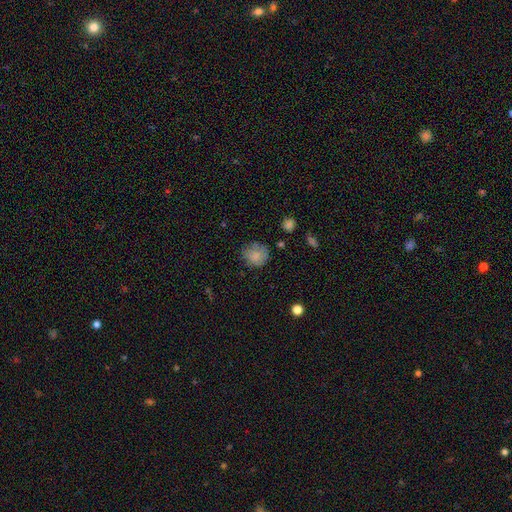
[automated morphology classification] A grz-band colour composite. It shows a smooth galaxy with no disk features (79%) that is round (78%). Merging: none (66%).